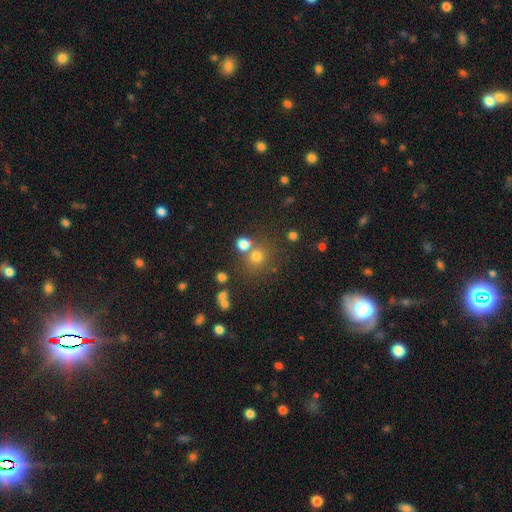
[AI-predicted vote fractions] The model was most divided on "smooth or featured": smooth: 68%, star or artifact: 23%, featured or disk: 10%. More confident: how rounded — round (88%); merging — none (67%).